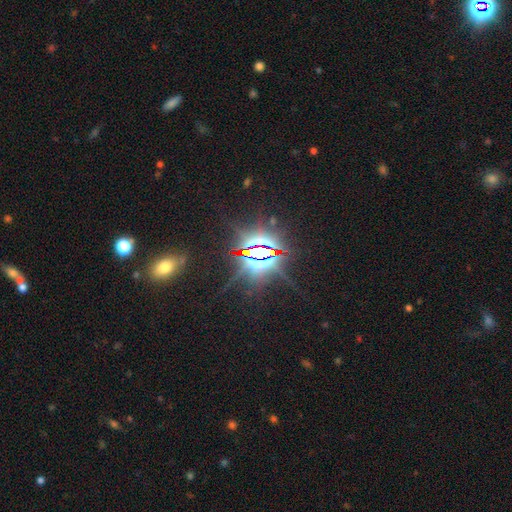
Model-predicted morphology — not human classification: Smooth or featured? Predicted: star or artifact (p=0.84).